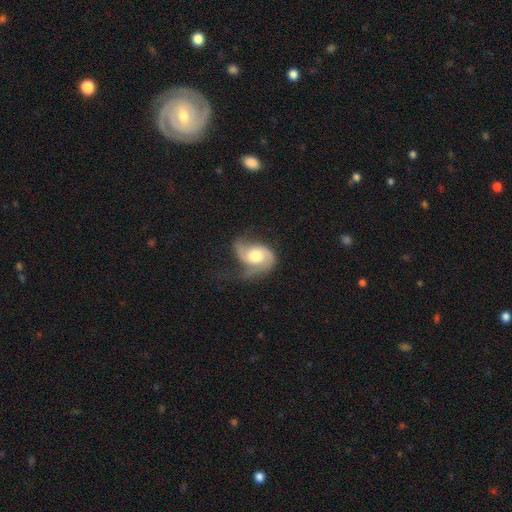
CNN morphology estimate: This is clearly a featured or disk galaxy (82%). It is clearly not viewed edge-on (98%). Bar: likely no (67%). Spiral arm pattern: clearly yes (96%). Spiral arm count: likely 2 (79%). Spiral winding: possibly medium (46%). Central bulge: possibly moderate (57%). Merging: marginally none (42%).